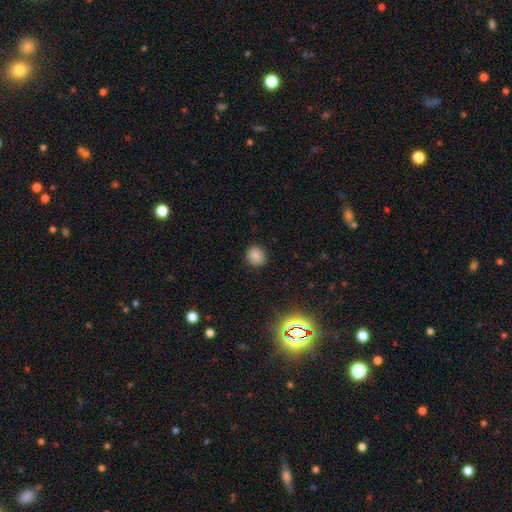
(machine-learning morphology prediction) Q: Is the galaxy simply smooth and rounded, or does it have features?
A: smooth — 84%.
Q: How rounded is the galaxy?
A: round — 84%.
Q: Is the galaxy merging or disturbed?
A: none — 90%.